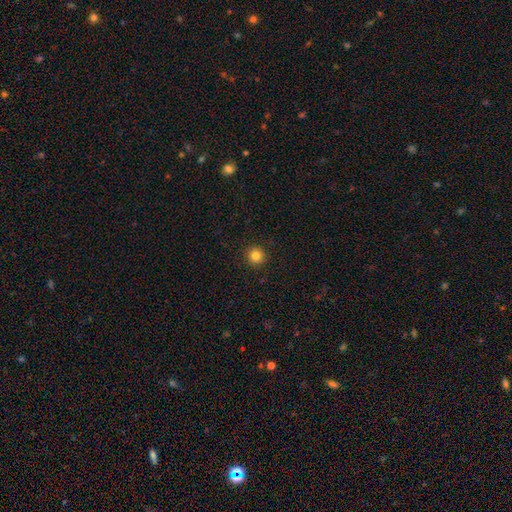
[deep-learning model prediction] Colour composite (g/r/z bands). It shows a smooth galaxy with no disk features (83%) that is round (95%). Merging: none (92%).